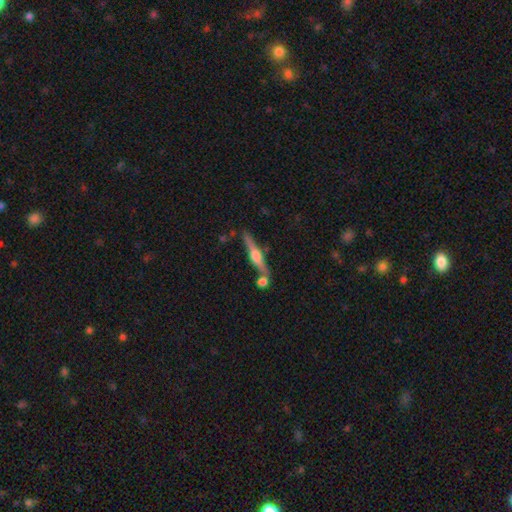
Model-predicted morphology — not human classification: Smooth or featured? Predicted: featured or disk (p=0.74). Edge-on disk? Predicted: yes (p=0.97). Edge-on bulge? Predicted: rounded (p=0.90). Merging? Predicted: none (p=0.74).